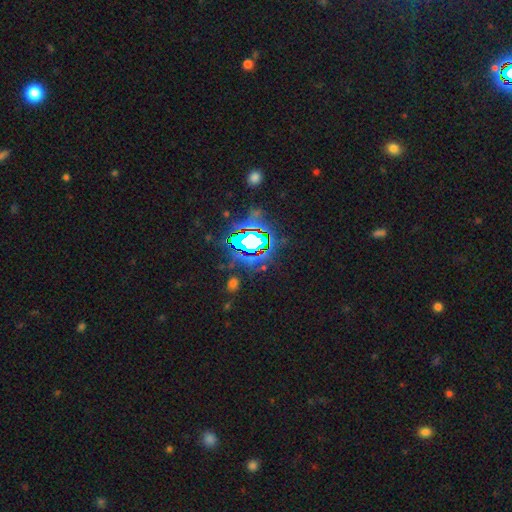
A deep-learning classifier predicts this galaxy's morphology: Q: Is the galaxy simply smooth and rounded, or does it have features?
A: star or artifact — 84%.